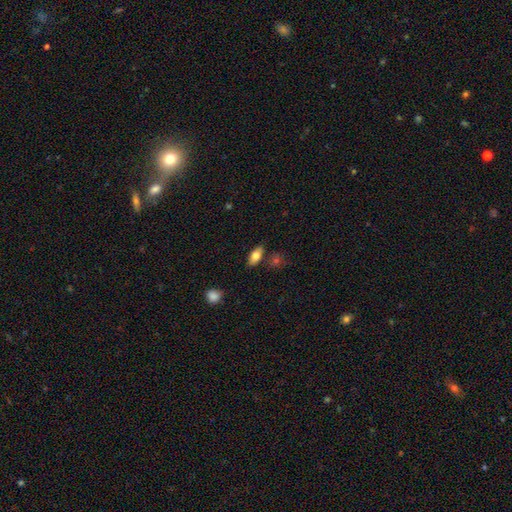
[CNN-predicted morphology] smooth 75%, featured or disk 18%, star or artifact 7%. Down the decision tree: how rounded — in between (87%); merging — none (79%).